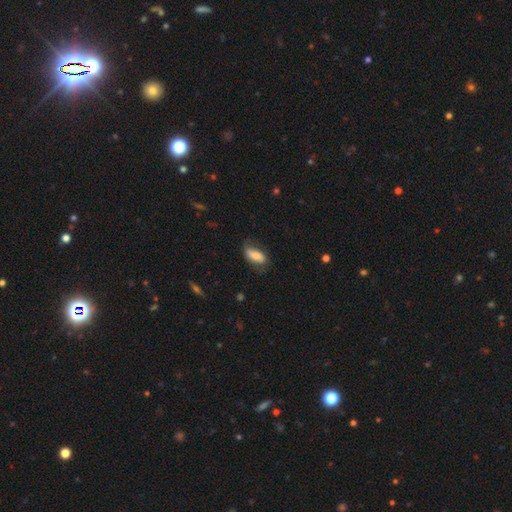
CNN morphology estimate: Smooth or featured? Predicted: smooth (p=0.65). How rounded? Predicted: in between (p=0.86). Merging? Predicted: none (p=0.58).